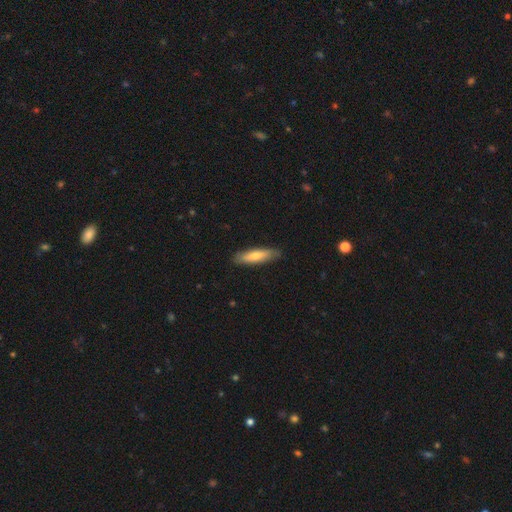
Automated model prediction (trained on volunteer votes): The model was most divided on "smooth or featured": smooth: 65%, featured or disk: 30%, star or artifact: 5%. More confident: merging — none (84%); how rounded — cigar-shaped (67%).